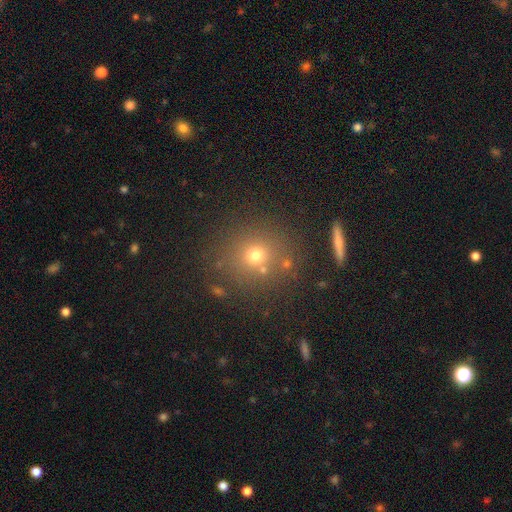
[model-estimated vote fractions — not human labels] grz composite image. It shows a smooth galaxy with no disk features (67%) that is round (86%). Merging: none (78%).